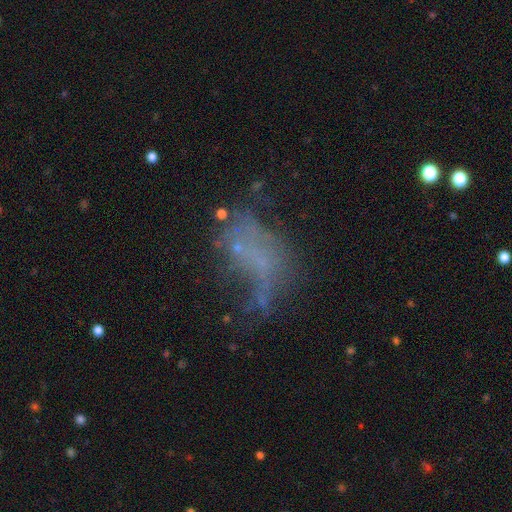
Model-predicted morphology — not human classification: Q: Smooth or featured?
A: featured or disk (44%); runner-up: smooth (32%)
Q: Merging?
A: major disturbance (39%); runner-up: none (32%)